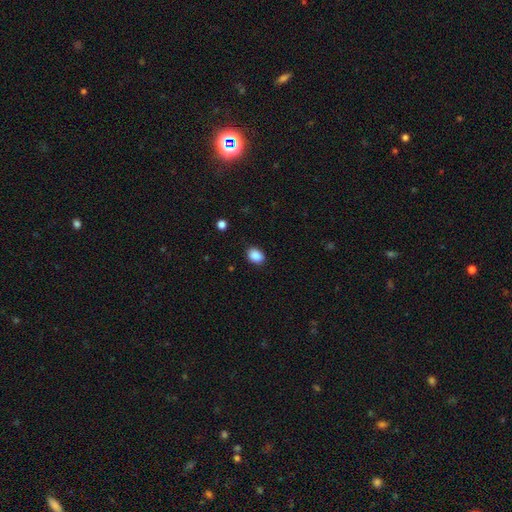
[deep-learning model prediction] Morphology: type=smooth (88%); roundness=in between (65%); merging=none (86%).